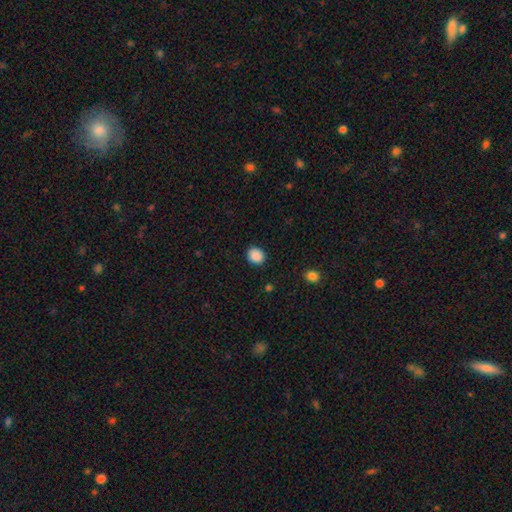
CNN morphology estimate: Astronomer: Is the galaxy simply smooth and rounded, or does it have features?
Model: smooth — 89%.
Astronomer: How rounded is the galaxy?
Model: round — 74%.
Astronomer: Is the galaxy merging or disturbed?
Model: none — 89%.